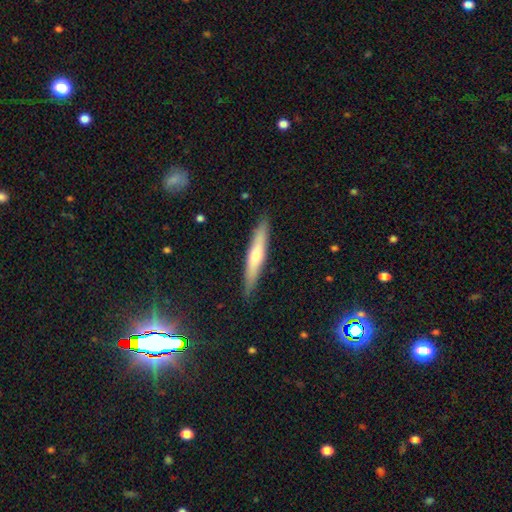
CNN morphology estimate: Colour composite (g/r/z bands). It shows a featured or disk galaxy (50%) viewed edge-on (91%). Merging: none (89%).